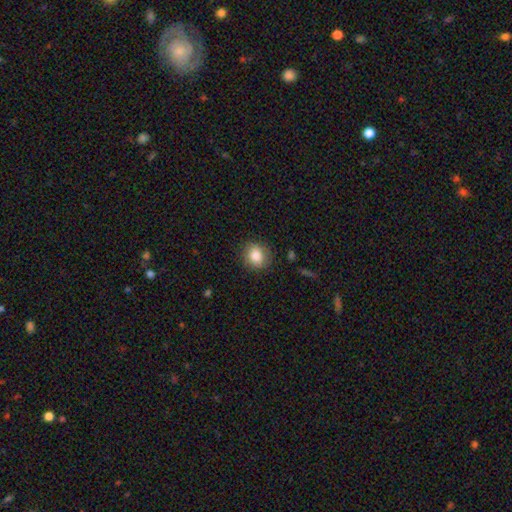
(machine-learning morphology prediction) type=smooth (84%); roundness=round (73%); merging=none (85%).